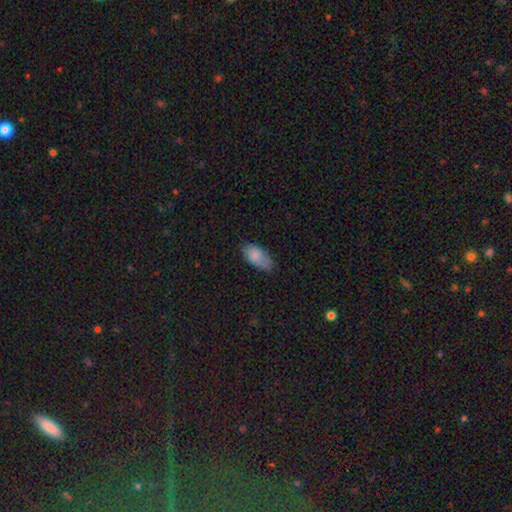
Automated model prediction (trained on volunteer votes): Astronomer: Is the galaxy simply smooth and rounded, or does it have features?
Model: smooth — 83%.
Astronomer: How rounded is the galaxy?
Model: in between — 92%.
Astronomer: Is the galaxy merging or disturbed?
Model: none — 63%.